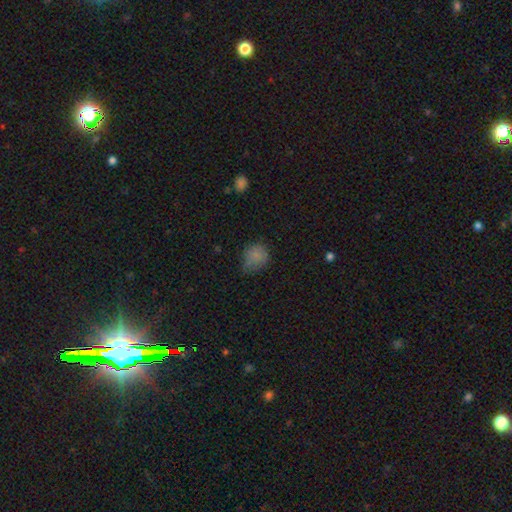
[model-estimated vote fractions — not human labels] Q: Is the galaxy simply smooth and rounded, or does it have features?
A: smooth — 76%.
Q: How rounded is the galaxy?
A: round — 73%.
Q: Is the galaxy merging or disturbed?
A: none — 51%.